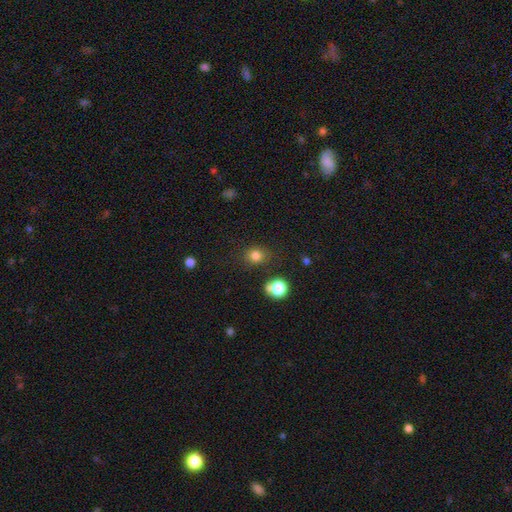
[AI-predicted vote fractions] This is likely a smooth galaxy (80%). How rounded: likely round (77%). Merging: likely none (77%).